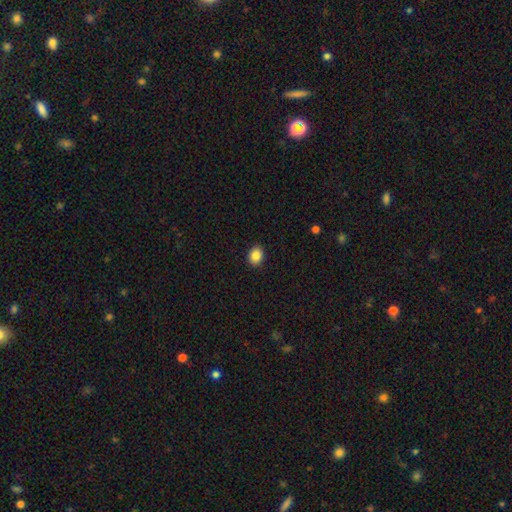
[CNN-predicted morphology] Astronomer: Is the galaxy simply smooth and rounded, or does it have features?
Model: smooth — 87%.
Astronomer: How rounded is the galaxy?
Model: in between — 55% (runner-up: round, 44%).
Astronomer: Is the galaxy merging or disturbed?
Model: none — 91%.